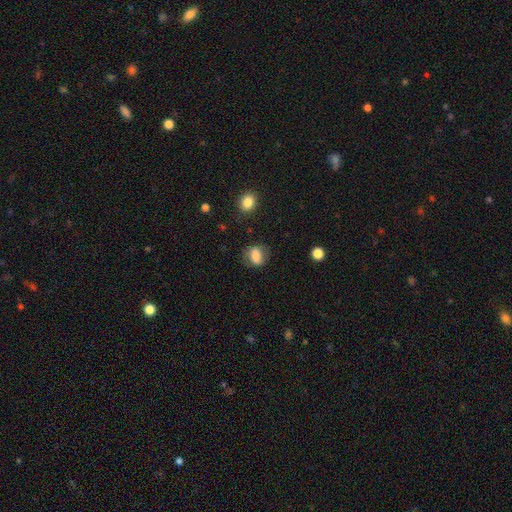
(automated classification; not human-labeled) Smooth or featured? Predicted: smooth (p=0.70). How rounded? Predicted: in between (p=0.61). Merging? Predicted: none (p=0.70).